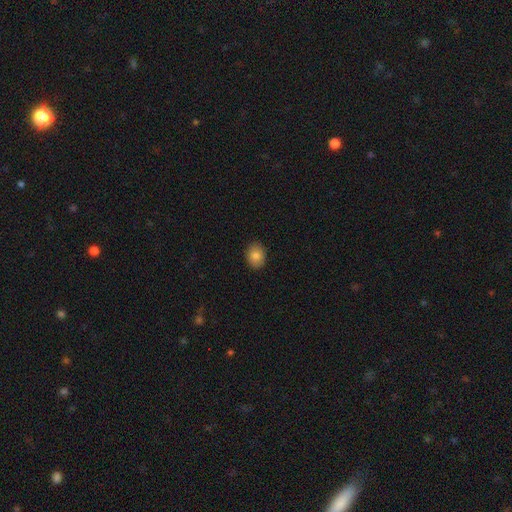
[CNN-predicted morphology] The model was most divided on "how rounded": in between: 56%, round: 43%, cigar-shaped: 1%. More confident: merging — none (89%); smooth or featured — smooth (83%).